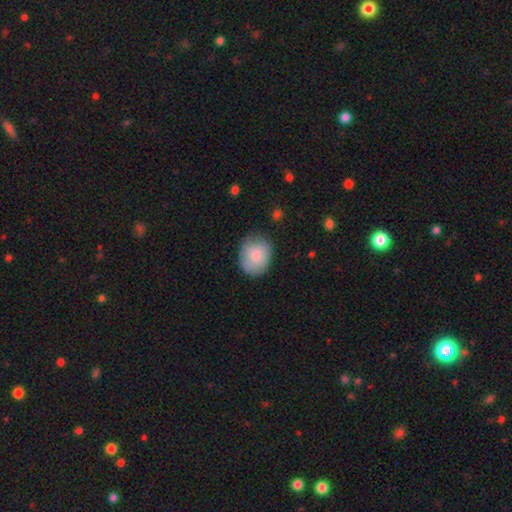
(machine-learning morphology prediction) A smooth galaxy with no disk features (79%) that is round (55%).

Vote fractions:
- Smooth or featured? smooth: 79% / featured or disk: 15% / star or artifact: 6%
- How rounded? round: 55% / in between: 44% / cigar-shaped: 1%
- Merging? none: 69% / minor disturbance: 23% / major disturbance: 6% / merger: 2%